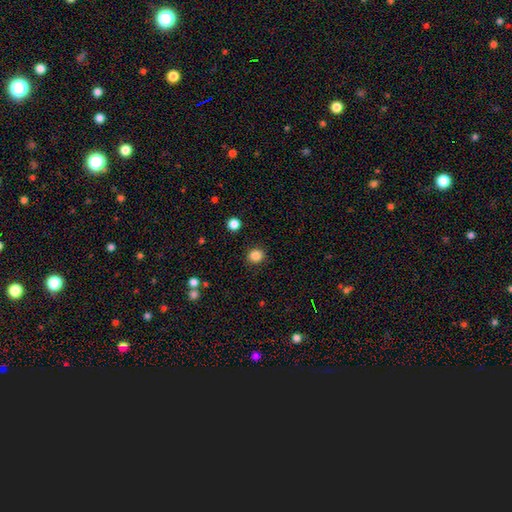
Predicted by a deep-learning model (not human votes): This appears to be a smooth galaxy with no disk features (85%) that is round (86%). Merging: none (91%).